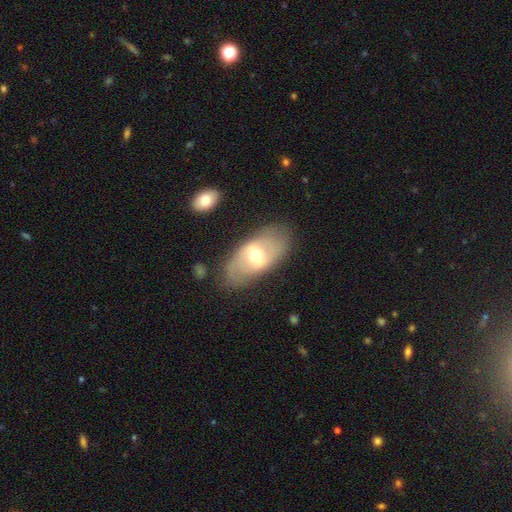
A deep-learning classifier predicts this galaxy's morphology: type=featured or disk (60%); edge-on=no (89%); bar=weak (46%); spiral arms=yes (53%); bulge=moderate (67%); merging=none (76%).